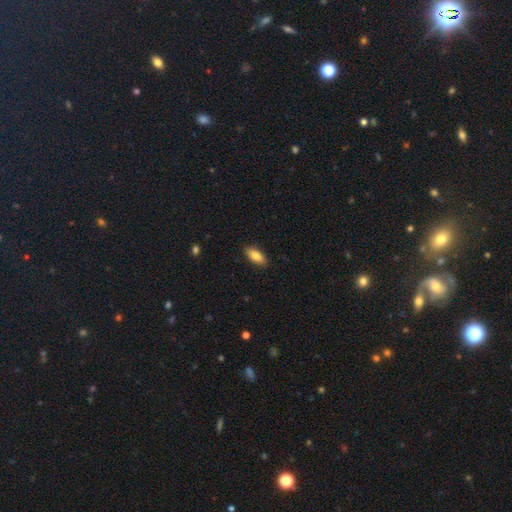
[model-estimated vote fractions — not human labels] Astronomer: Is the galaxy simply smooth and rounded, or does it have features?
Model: smooth — 85%.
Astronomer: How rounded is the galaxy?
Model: in between — 87%.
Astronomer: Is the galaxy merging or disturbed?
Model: none — 88%.